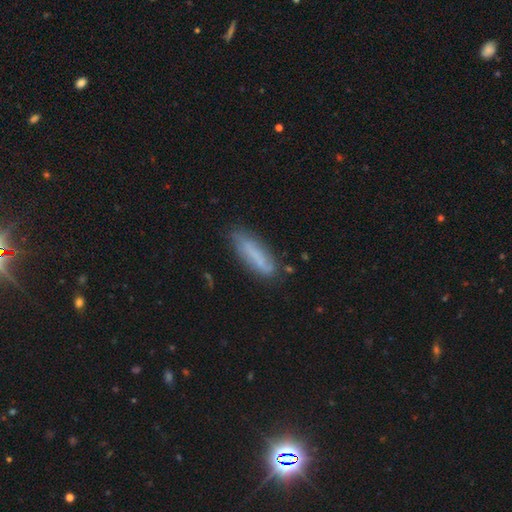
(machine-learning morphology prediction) This is likely a smooth galaxy (63%). How rounded: likely cigar-shaped (61%). Merging: likely none (70%).